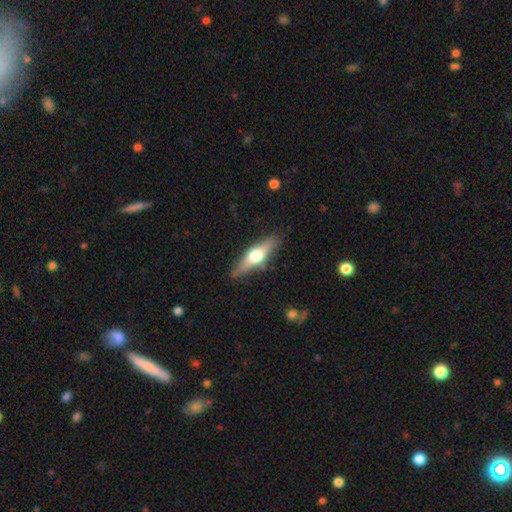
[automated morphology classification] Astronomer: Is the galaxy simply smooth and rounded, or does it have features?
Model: featured or disk — 54% (runner-up: smooth, 40%).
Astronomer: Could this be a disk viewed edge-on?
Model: yes — 91%.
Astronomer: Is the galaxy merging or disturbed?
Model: none — 84%.